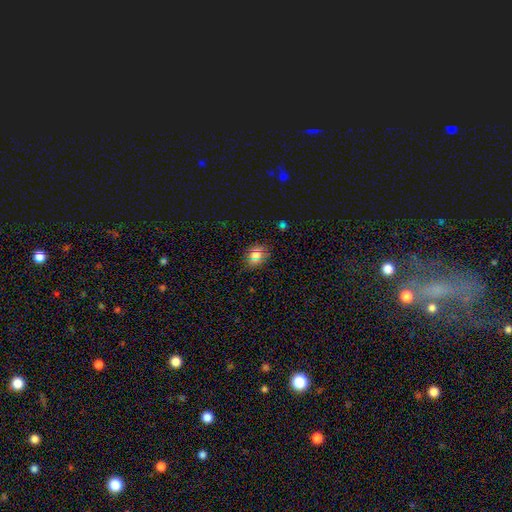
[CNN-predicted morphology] Smooth or featured? Predicted: smooth (p=0.73). How rounded? Predicted: round (p=0.53). Merging? Predicted: none (p=0.80).